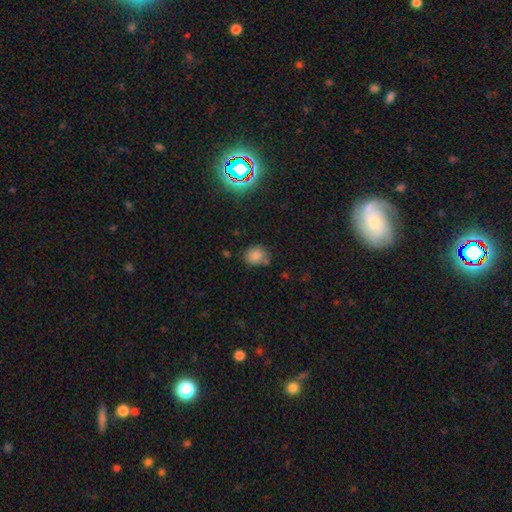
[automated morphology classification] Smooth or featured? Predicted: smooth (p=0.80). How rounded? Predicted: round (p=0.60). Merging? Predicted: none (p=0.65).